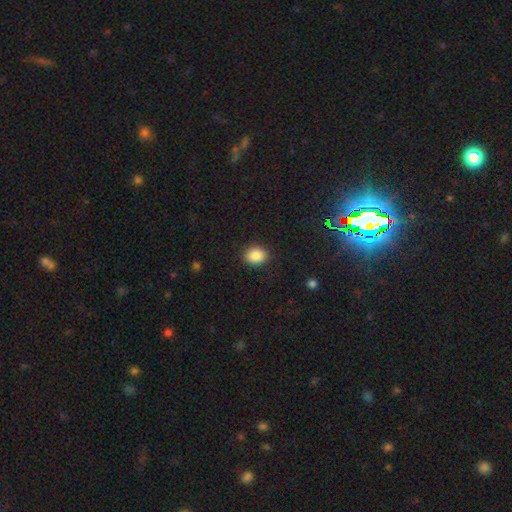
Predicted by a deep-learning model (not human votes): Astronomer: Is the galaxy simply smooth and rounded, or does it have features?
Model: smooth — 87%.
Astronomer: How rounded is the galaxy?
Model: round — 52% (runner-up: in between, 47%).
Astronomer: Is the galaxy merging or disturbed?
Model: none — 89%.